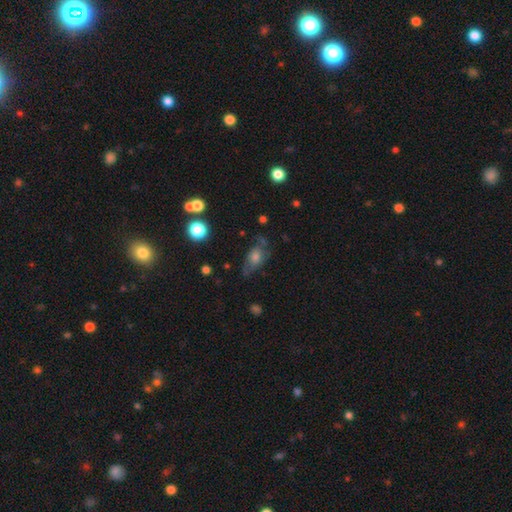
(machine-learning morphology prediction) Overall: smooth (52%; featured or disk 33%). How rounded: in between (75%). Merging: none (52%; minor disturbance 27%).